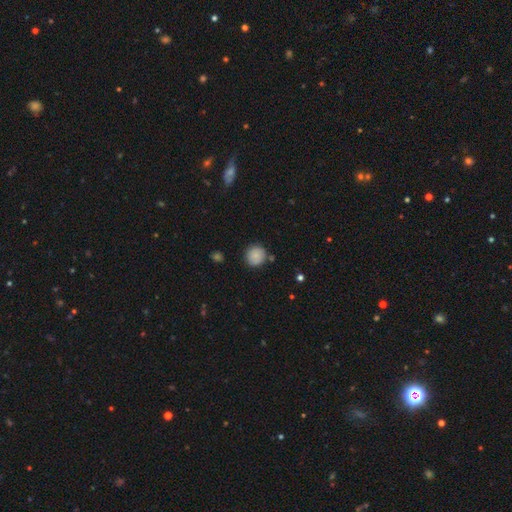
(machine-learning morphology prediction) smooth-or-featured: smooth: 83% | featured or disk: 9% | star or artifact: 8%
  how-rounded: round: 91% | in between: 8% | cigar-shaped: 1%
  merging: none: 82% | minor disturbance: 12% | merger: 4% | major disturbance: 3%